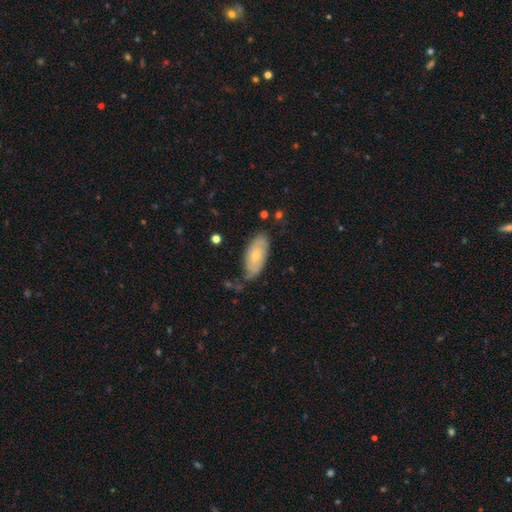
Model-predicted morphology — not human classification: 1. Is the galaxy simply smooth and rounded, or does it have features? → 48% smooth, 46% featured or disk, 6% star or artifact.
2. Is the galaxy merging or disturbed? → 62% none, 28% minor disturbance, 7% major disturbance, 3% merger.